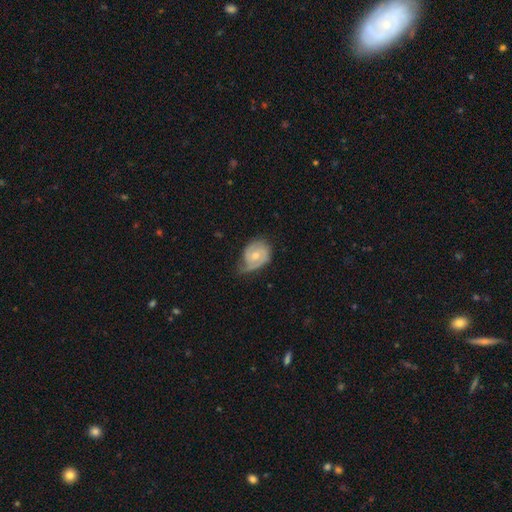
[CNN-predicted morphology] This appears to be a featured or disk galaxy (70%) with no bar (64%), 2 (58%) tight (50%) spiral arms (90%) and a moderate central bulge (62%). Merging: none (47%).